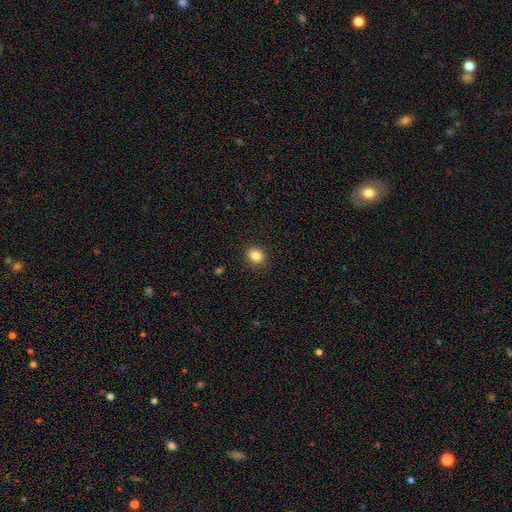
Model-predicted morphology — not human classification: smooth-or-featured: smooth: 84% | star or artifact: 11% | featured or disk: 5%
  how-rounded: round: 62% | in between: 37% | cigar-shaped: 1%
  merging: none: 90% | minor disturbance: 7% | major disturbance: 2% | merger: 1%